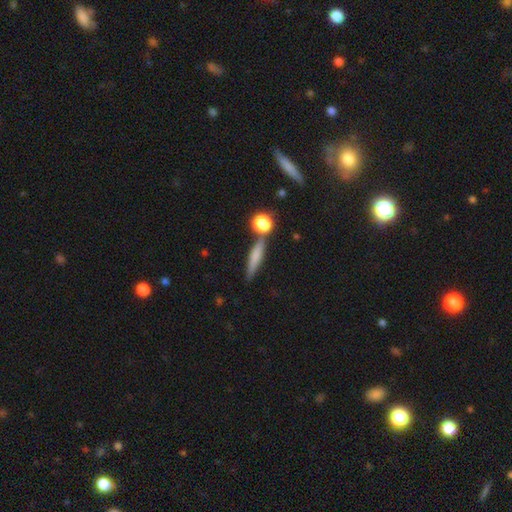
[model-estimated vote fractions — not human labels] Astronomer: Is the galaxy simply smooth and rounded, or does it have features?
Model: smooth — 63%.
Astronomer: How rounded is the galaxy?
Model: cigar-shaped — 78%.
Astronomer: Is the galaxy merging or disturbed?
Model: none — 72%.